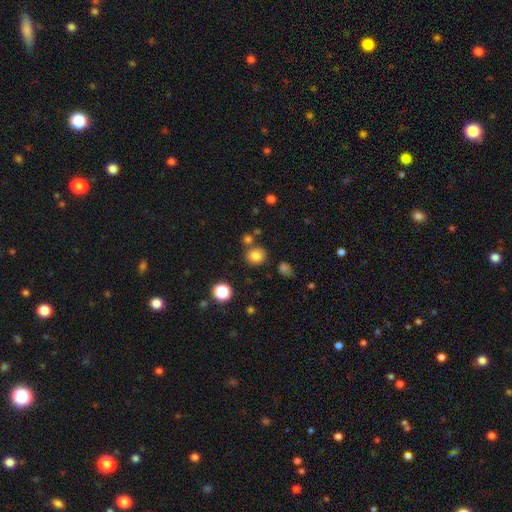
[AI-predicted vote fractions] Q: Smooth or featured?
A: smooth (81%); runner-up: star or artifact (13%)
Q: How rounded?
A: round (85%); runner-up: in between (14%)
Q: Merging?
A: none (79%); runner-up: merger (9%)